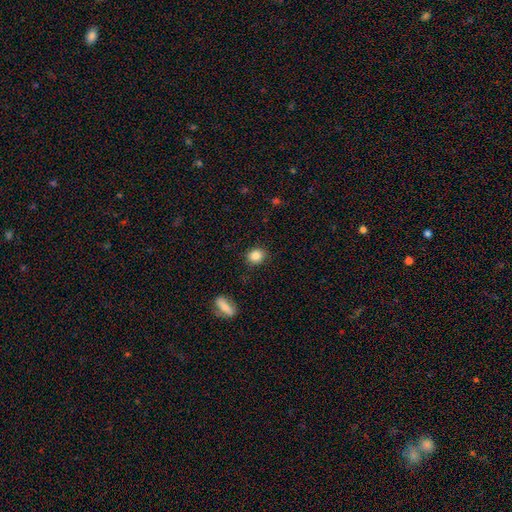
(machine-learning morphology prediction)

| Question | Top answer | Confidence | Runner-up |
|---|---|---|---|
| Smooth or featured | smooth | 85% | star or artifact (9%) |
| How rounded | round | 69% | in between (29%) |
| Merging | none | 88% | minor disturbance (8%) |